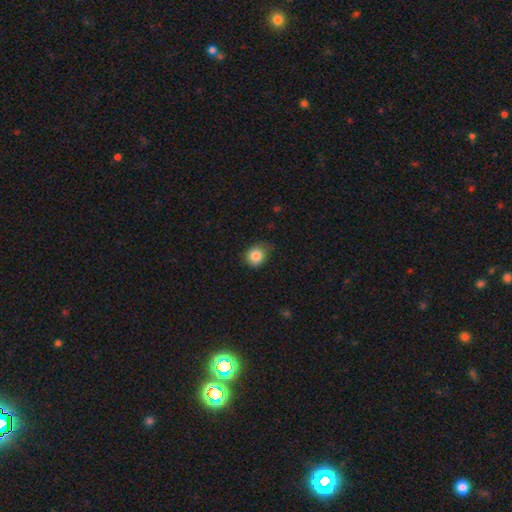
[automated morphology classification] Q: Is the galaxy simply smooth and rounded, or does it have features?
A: smooth — 85%.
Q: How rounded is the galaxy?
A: round — 74%.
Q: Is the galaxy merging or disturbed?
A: none — 64%.